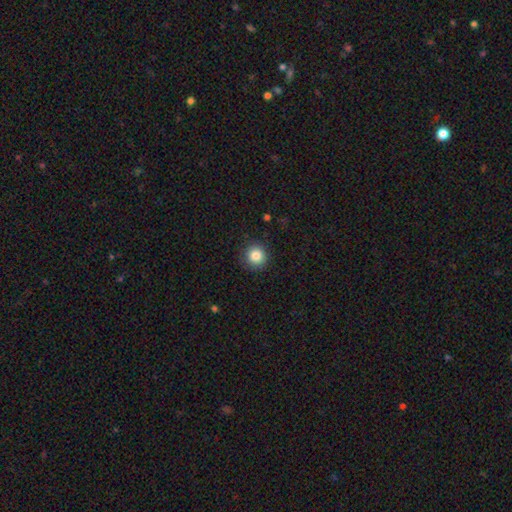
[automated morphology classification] Smooth or featured? smooth (85%)
How rounded? round (93%)
Merging? none (90%)